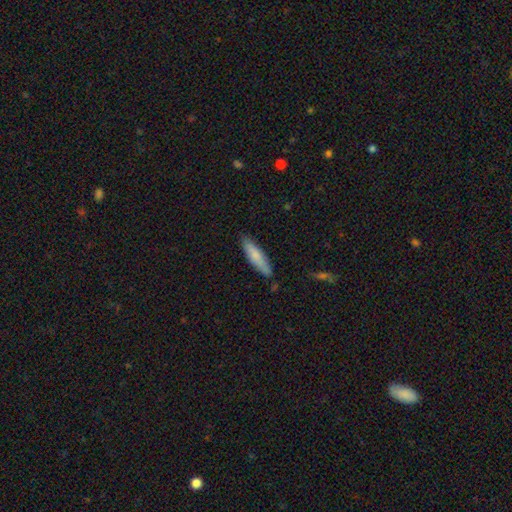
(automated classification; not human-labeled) Overall: smooth (77%). How rounded: cigar-shaped (73%). Merging: none (83%).